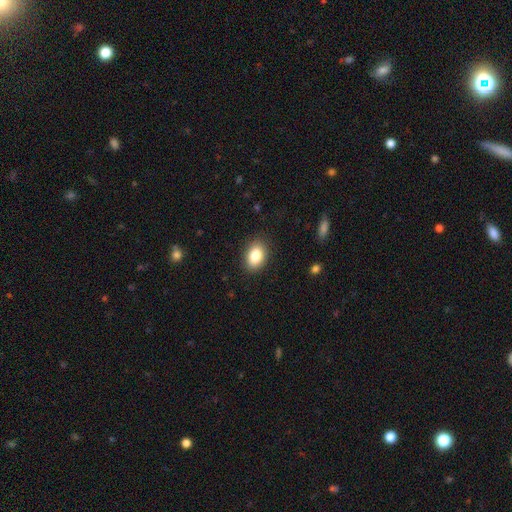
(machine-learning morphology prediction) smooth 84%, star or artifact 8%, featured or disk 8%. Down the decision tree: how rounded — in between (77%); merging — none (88%).